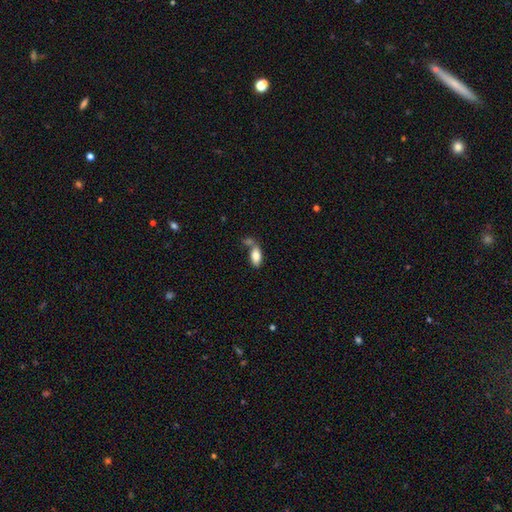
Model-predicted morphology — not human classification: This is clearly a smooth galaxy (82%). How rounded: clearly in between (91%). Merging: possibly none (48%).